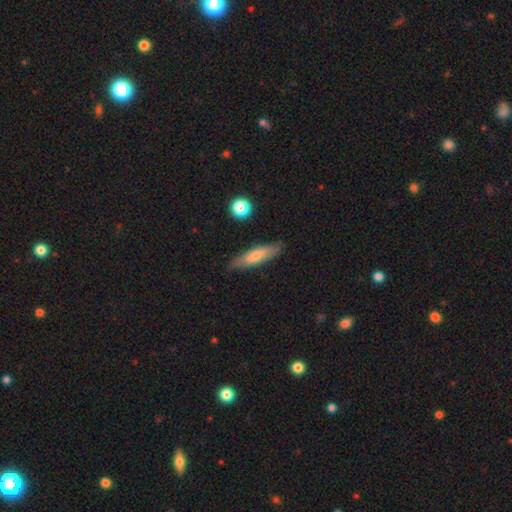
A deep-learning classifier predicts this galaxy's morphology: Smooth or featured? smooth (64%)
How rounded? cigar-shaped (73%)
Merging? none (84%)